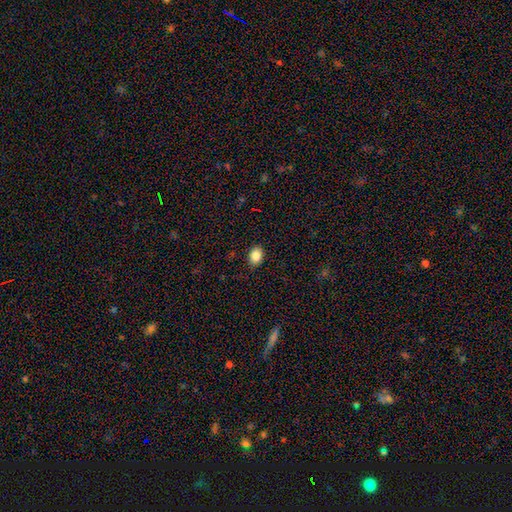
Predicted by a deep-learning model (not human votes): The model was most divided on "how rounded": in between: 71%, round: 28%, cigar-shaped: 1%. More confident: merging — none (88%); smooth or featured — smooth (86%).